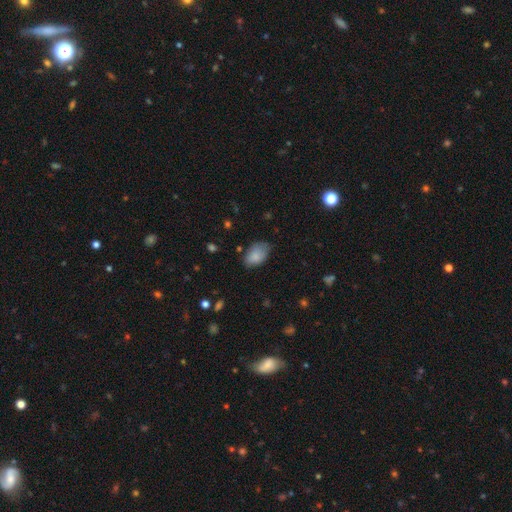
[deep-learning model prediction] A smooth galaxy with no disk features (84%) that is in between round and cigar-shaped (89%). Merging: none (62%).